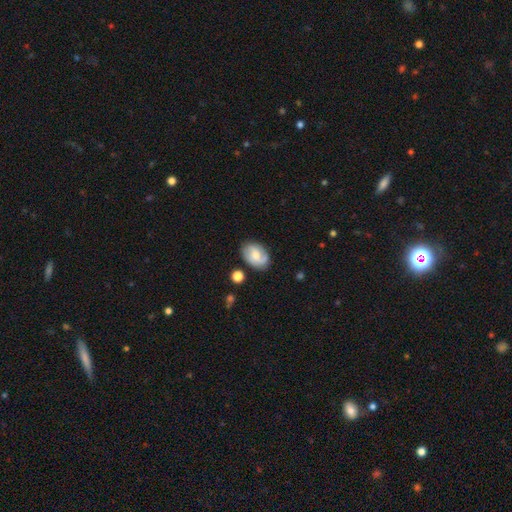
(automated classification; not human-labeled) Overall: featured or disk (52%; smooth 41%). Edge-on disk: no (96%). Merging: none (76%).